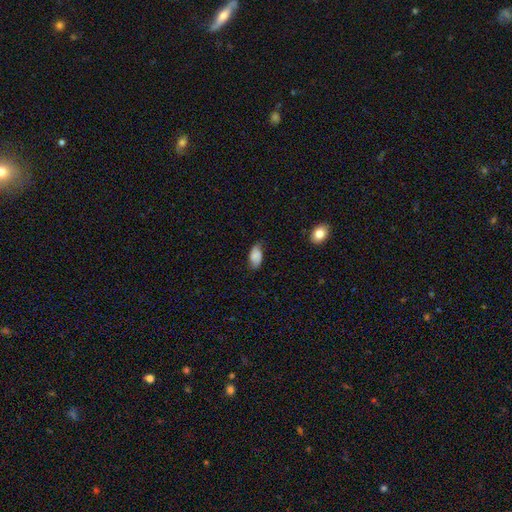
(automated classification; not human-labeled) This is likely a smooth galaxy (78%). How rounded: clearly in between (93%). Merging: likely none (66%).